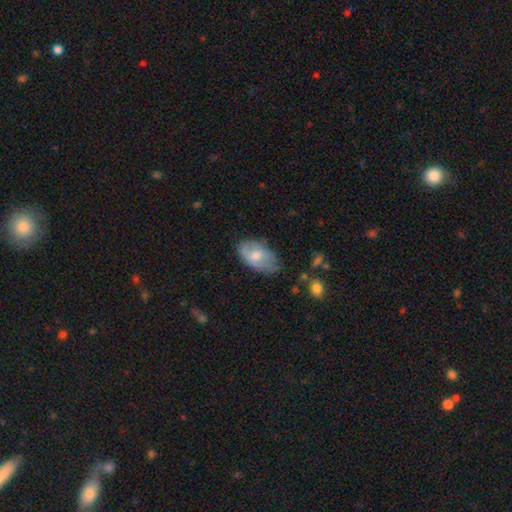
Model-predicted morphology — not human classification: smooth 63%, featured or disk 30%, star or artifact 7%. Down the decision tree: how rounded — in between (92%); merging — none (63%).